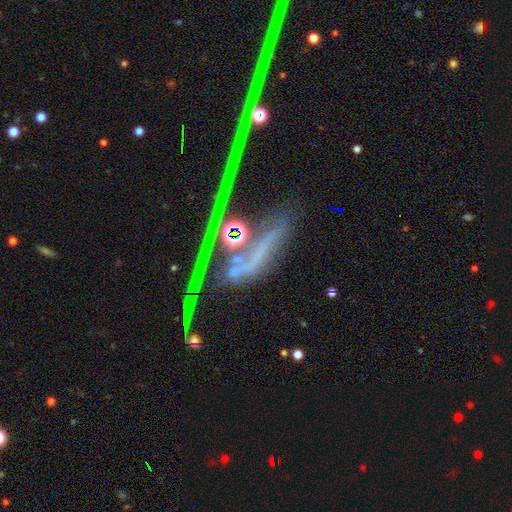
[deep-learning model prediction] smooth-or-featured: featured or disk: 51% | star or artifact: 34% | smooth: 15%
  disk-edge-on: no: 71% | yes: 29%
  merging: none: 40% | major disturbance: 25% | minor disturbance: 18% | merger: 17%